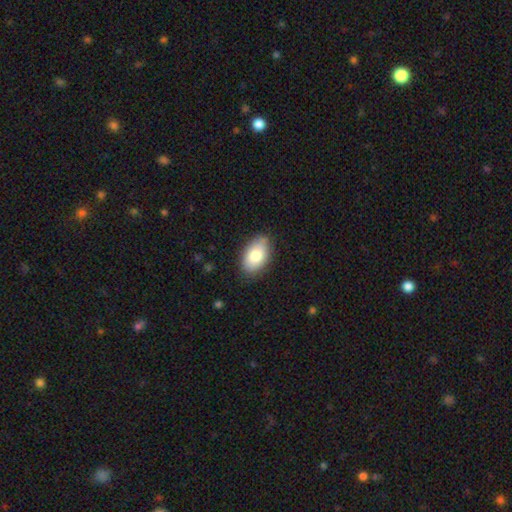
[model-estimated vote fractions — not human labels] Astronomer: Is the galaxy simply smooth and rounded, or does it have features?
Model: smooth — 81%.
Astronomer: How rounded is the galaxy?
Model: in between — 93%.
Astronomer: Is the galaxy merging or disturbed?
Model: none — 83%.